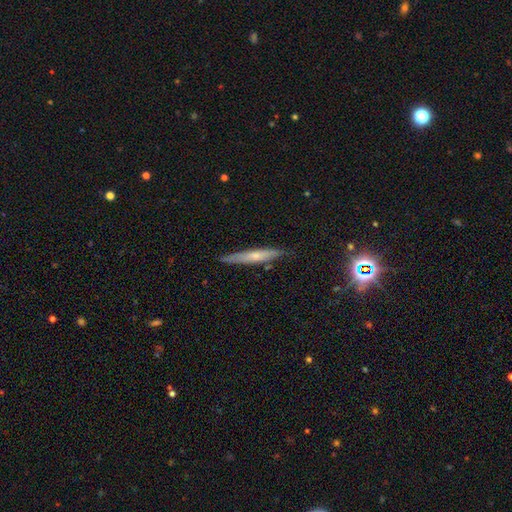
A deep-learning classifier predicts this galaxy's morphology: smooth-or-featured: smooth: 48% | featured or disk: 45% | star or artifact: 7%
  merging: none: 84% | minor disturbance: 12% | major disturbance: 2% | merger: 2%